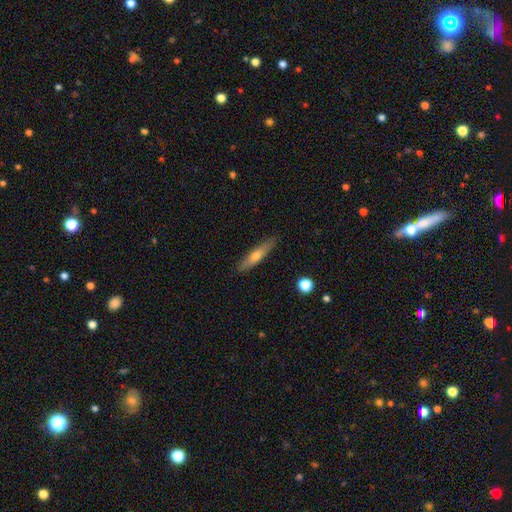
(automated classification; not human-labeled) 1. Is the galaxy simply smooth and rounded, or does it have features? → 52% smooth, 42% featured or disk, 6% star or artifact.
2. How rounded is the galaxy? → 84% cigar-shaped, 14% in between, 2% round.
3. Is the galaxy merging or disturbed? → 87% none, 10% minor disturbance, 2% major disturbance, 1% merger.